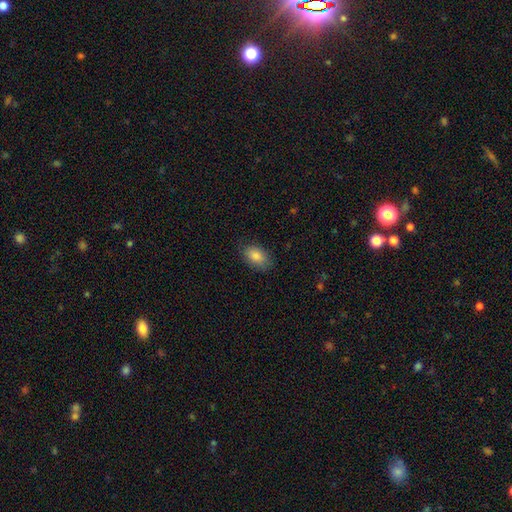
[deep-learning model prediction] Smooth or featured?
  - smooth: 86% *
  - star or artifact: 8%
  - featured or disk: 6%
How rounded?
  - in between: 88% *
  - round: 10%
  - cigar-shaped: 2%
Merging?
  - none: 82% *
  - minor disturbance: 14%
  - major disturbance: 3%
  - merger: 1%